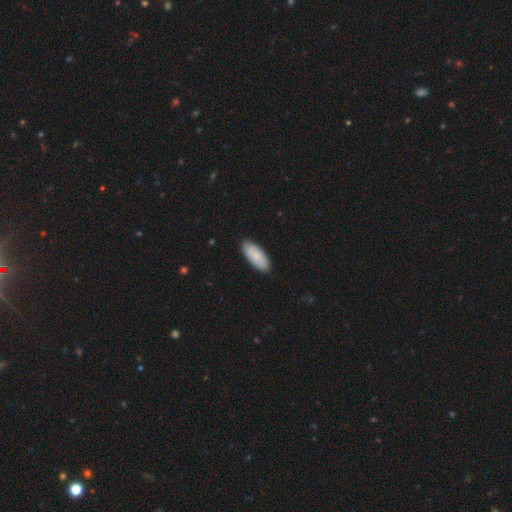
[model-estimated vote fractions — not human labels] smooth-or-featured: smooth: 80% | featured or disk: 15% | star or artifact: 5%
  how-rounded: in between: 86% | cigar-shaped: 13% | round: 2%
  merging: none: 87% | minor disturbance: 11% | major disturbance: 2% | merger: 1%